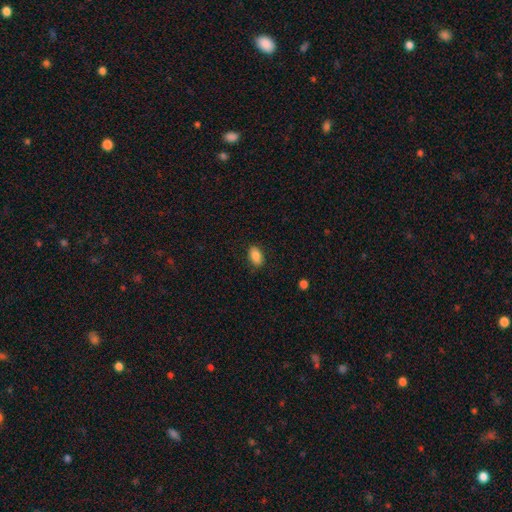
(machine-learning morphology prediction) smooth 86%, star or artifact 8%, featured or disk 6%. Down the decision tree: how rounded — in between (90%); merging — none (84%).